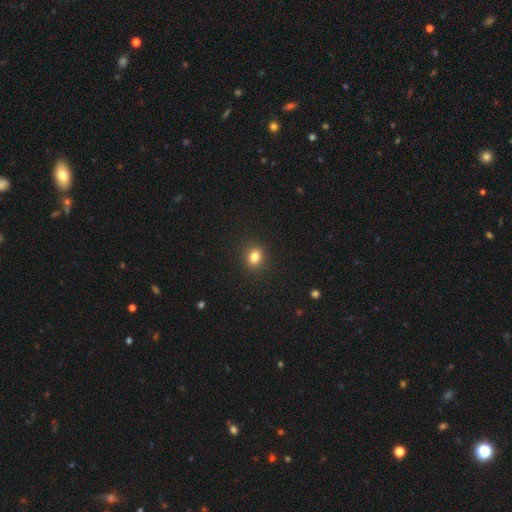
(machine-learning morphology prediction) Smooth or featured? Predicted: smooth (p=0.83). How rounded? Predicted: round (p=0.52). Merging? Predicted: none (p=0.90).